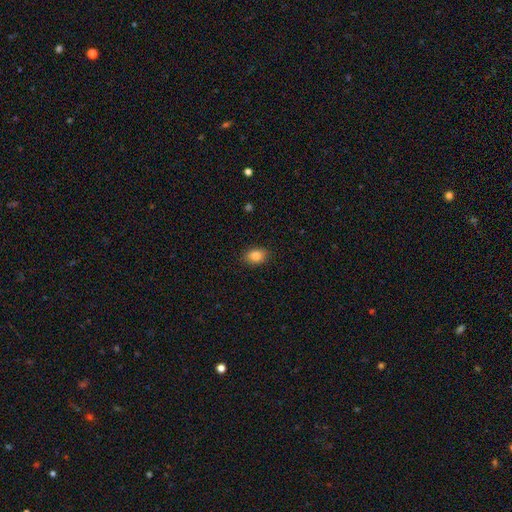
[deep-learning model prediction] smooth-or-featured: smooth: 85% | star or artifact: 9% | featured or disk: 7%
  how-rounded: in between: 75% | round: 23% | cigar-shaped: 2%
  merging: none: 86% | minor disturbance: 11% | major disturbance: 2% | merger: 1%